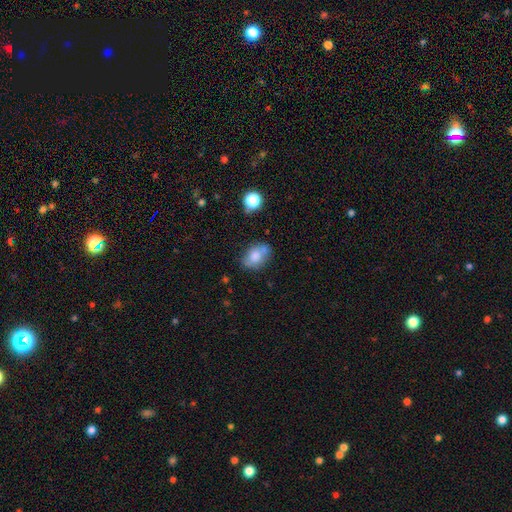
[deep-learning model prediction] Morphology: type=smooth (70%); roundness=in between (79%); merging=none (60%).